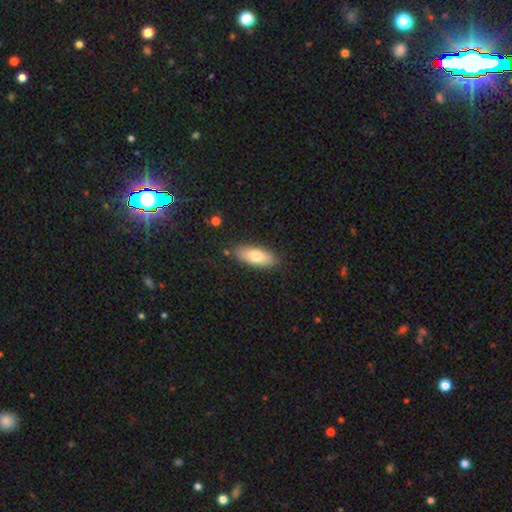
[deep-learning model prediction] This appears to be a smooth galaxy with no disk features (75%) that is in between round and cigar-shaped (75%). Merging: none (85%).